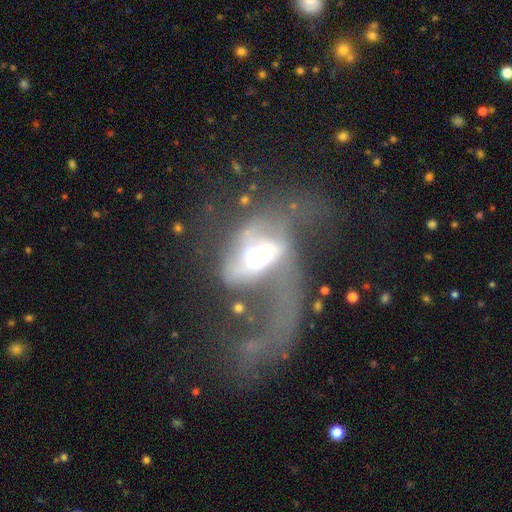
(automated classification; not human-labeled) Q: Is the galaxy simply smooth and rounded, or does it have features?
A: featured or disk — 73%.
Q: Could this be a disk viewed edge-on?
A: no — 96%.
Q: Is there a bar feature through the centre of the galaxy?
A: no — 41%.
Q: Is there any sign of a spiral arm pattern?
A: yes — 75%.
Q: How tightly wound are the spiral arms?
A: loose — 72%.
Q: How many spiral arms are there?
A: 1 — 44%.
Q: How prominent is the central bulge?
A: moderate — 53%.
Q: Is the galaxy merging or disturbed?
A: major disturbance — 51%.